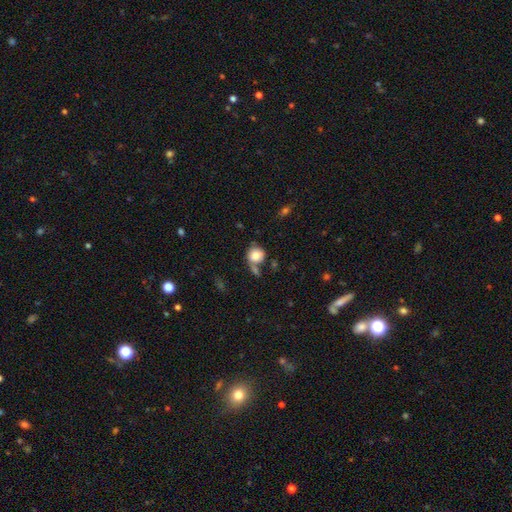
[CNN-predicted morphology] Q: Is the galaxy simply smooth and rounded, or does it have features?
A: smooth — 81%.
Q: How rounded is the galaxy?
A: round — 86%.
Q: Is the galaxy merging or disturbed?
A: none — 54%.